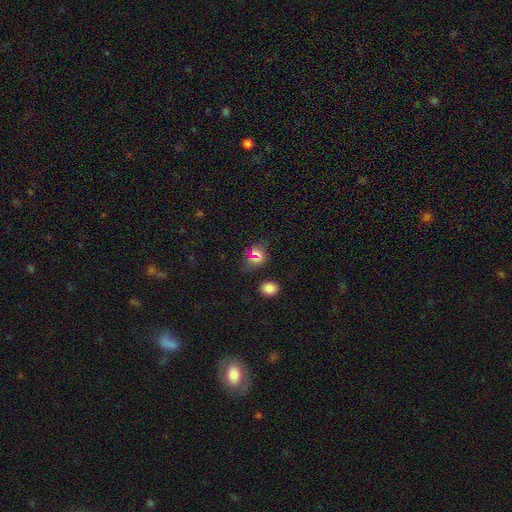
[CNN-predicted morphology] A smooth galaxy with no disk features (55%) that is round (59%). Merging: none (76%).